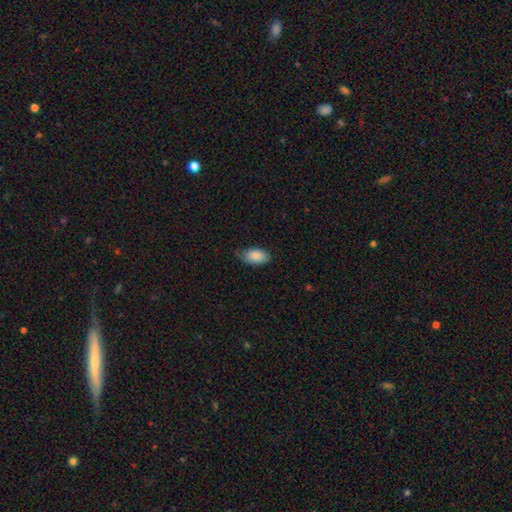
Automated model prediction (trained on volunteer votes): Smooth or featured? Predicted: smooth (p=0.85). How rounded? Predicted: in between (p=0.94). Merging? Predicted: none (p=0.65).